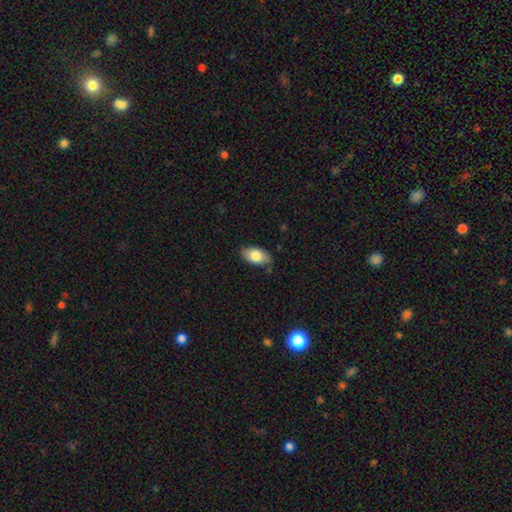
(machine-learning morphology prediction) smooth-or-featured: smooth: 81% | featured or disk: 13% | star or artifact: 6%
  how-rounded: in between: 94% | round: 4% | cigar-shaped: 2%
  merging: none: 82% | minor disturbance: 14% | major disturbance: 3% | merger: 1%